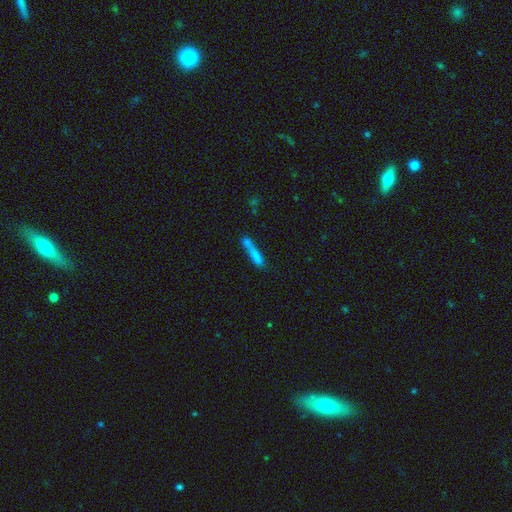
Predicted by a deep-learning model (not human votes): This appears to be a smooth galaxy with no disk features (72%) that is cigar-shaped (89%). Merging: none (49%).